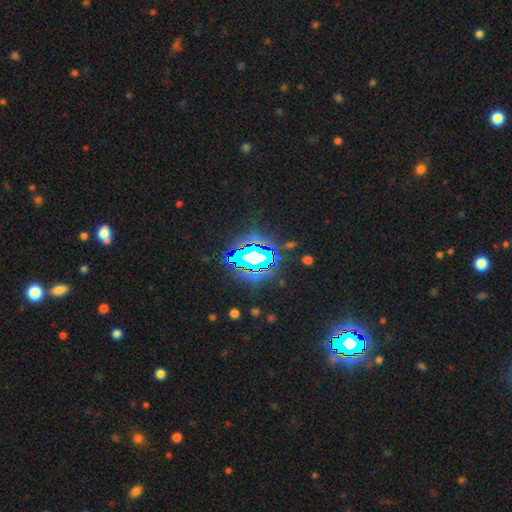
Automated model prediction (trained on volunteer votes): A star or artifact, not a galaxy (72%).

Vote fractions:
- Smooth or featured? star or artifact: 72% / featured or disk: 15% / smooth: 13%